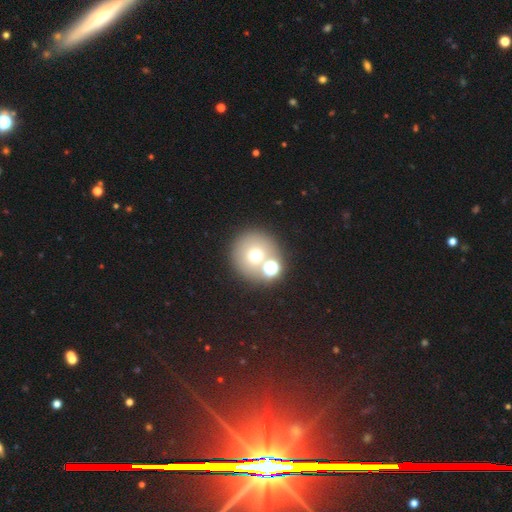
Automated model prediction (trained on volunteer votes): smooth-or-featured: smooth: 64% | star or artifact: 20% | featured or disk: 16%
  how-rounded: round: 92% | in between: 7% | cigar-shaped: 1%
  merging: none: 65% | merger: 24% | minor disturbance: 7% | major disturbance: 4%